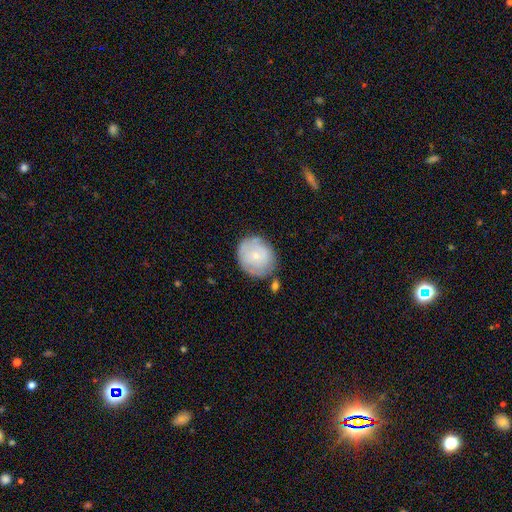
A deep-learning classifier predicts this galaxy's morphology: Overall: smooth (61%; featured or disk 32%). How rounded: round (74%). Merging: none (65%).